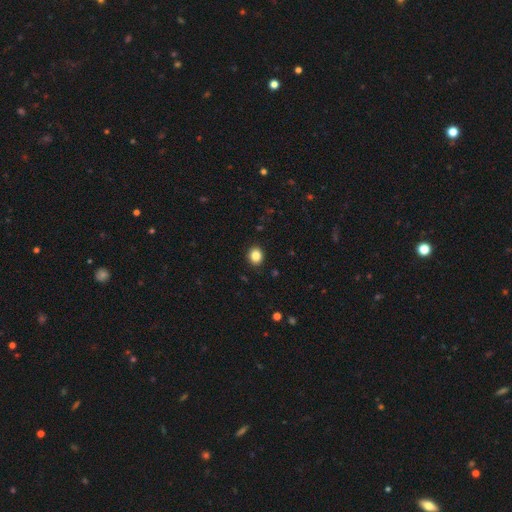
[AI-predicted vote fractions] smooth_or_featured: smooth (p=0.85) [alt: star or artifact p=0.10]
how_rounded: round (p=0.71) [alt: in between p=0.29]
merging: none (p=0.90) [alt: minor disturbance p=0.07]